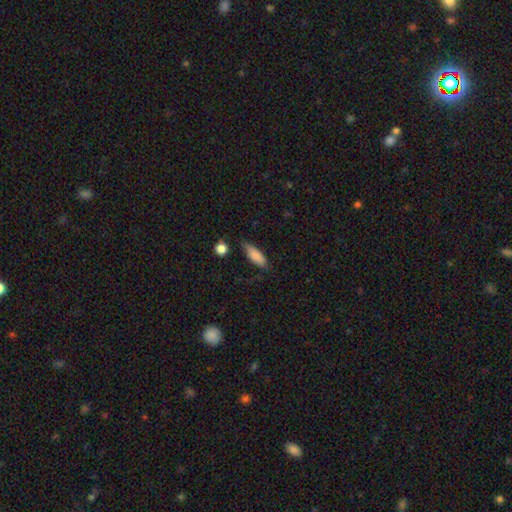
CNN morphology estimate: Smooth or featured? Predicted: smooth (p=0.85). How rounded? Predicted: in between (p=0.68). Merging? Predicted: none (p=0.67).